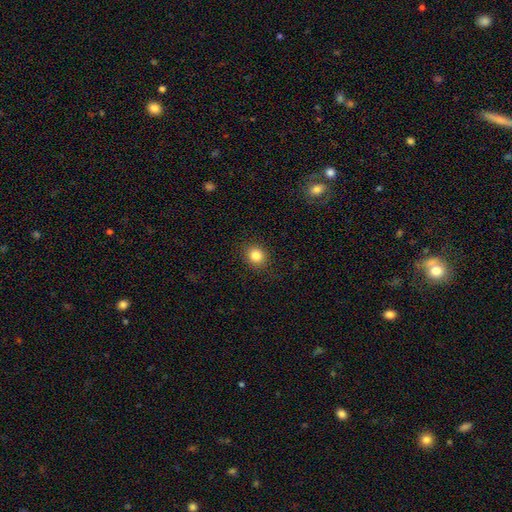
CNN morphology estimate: A smooth galaxy with no disk features (84%) that is round (77%).

Vote fractions:
- Smooth or featured? smooth: 84% / star or artifact: 11% / featured or disk: 5%
- How rounded? round: 77% / in between: 22% / cigar-shaped: 1%
- Merging? none: 89% / minor disturbance: 8% / major disturbance: 3% / merger: 1%